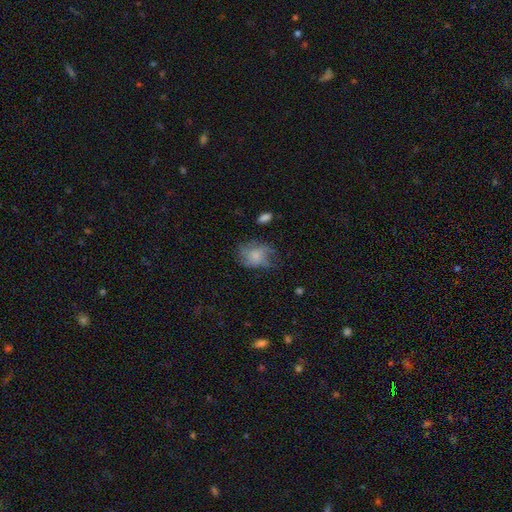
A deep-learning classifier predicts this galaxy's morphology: Overall: smooth (50%; featured or disk 40%). Merging: none (46%; minor disturbance 27%).